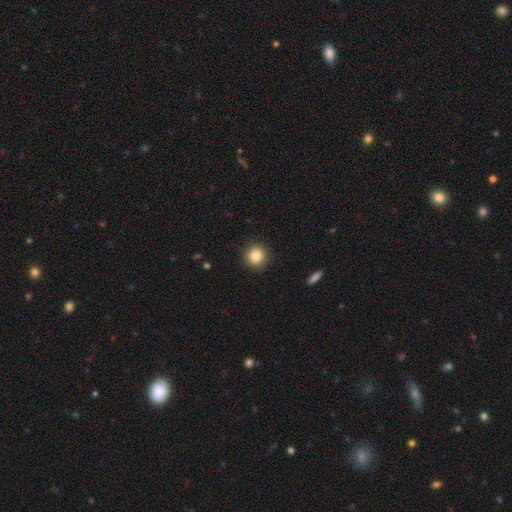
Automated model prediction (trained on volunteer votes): Overall: smooth (84%). How rounded: round (94%). Merging: none (92%).